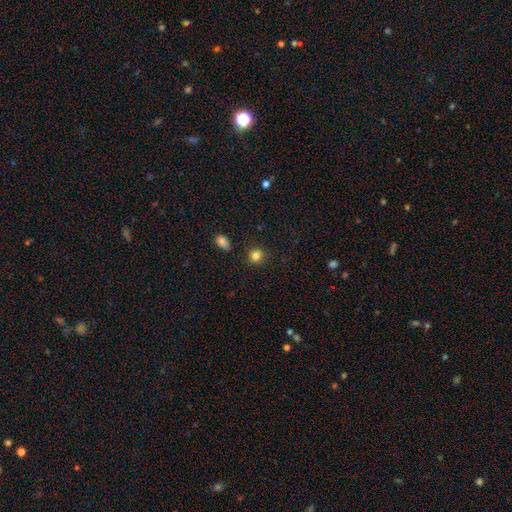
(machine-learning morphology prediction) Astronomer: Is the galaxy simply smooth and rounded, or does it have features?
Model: smooth — 83%.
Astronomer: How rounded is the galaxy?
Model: round — 86%.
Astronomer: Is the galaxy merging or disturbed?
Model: none — 86%.